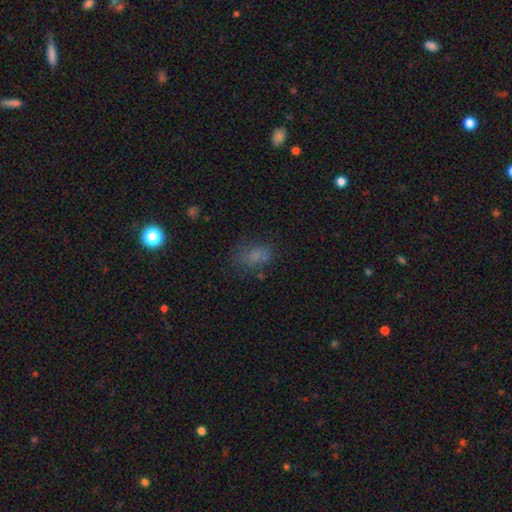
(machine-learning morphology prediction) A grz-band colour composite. It shows a smooth galaxy with no disk features (68%) that is in between round and cigar-shaped (80%). Merging: none (60%).